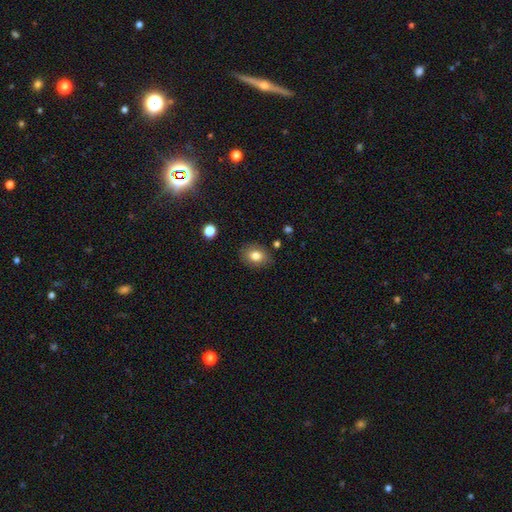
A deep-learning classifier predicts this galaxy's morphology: smooth_or_featured: smooth (p=0.80) [alt: featured or disk p=0.10]
how_rounded: in between (p=0.65) [alt: round p=0.34]
merging: none (p=0.84) [alt: minor disturbance p=0.12]